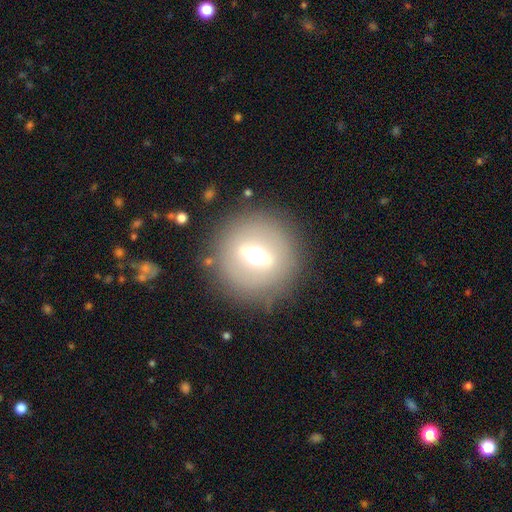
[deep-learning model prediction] smooth-or-featured: featured or disk: 58% | smooth: 31% | star or artifact: 11%
  disk-edge-on: no: 56% | yes: 44%
  merging: none: 83% | minor disturbance: 9% | major disturbance: 5% | merger: 2%